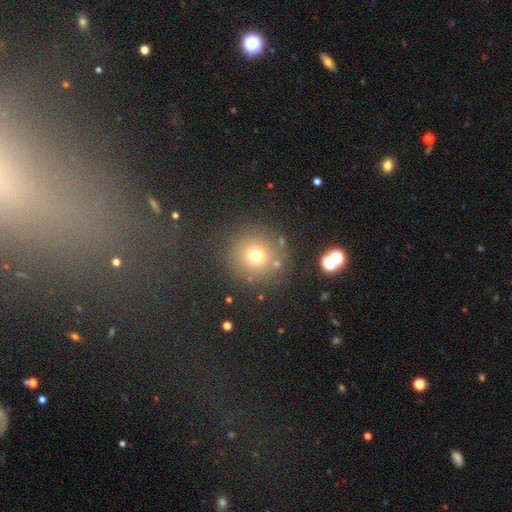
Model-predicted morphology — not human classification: Overall: smooth (70%). How rounded: round (93%). Merging: none (83%).